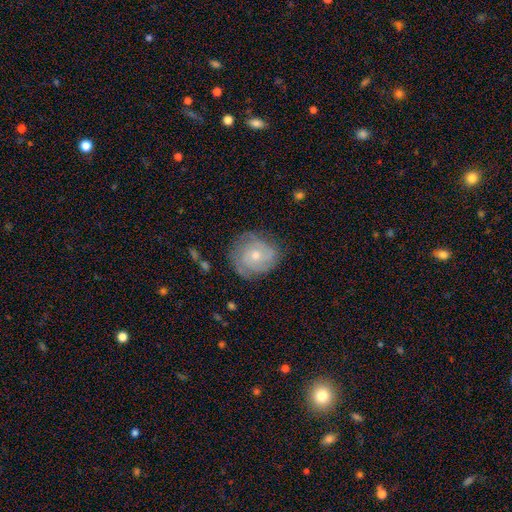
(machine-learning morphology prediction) Smooth or featured? featured or disk (67%)
Edge-on disk? no (97%)
Bar? no (79%)
Spiral arms? yes (87%)
Spiral winding? tight (64%)
Spiral arm count? can't tell (36%)
Bulge size? moderate (51%)
Merging? none (73%)